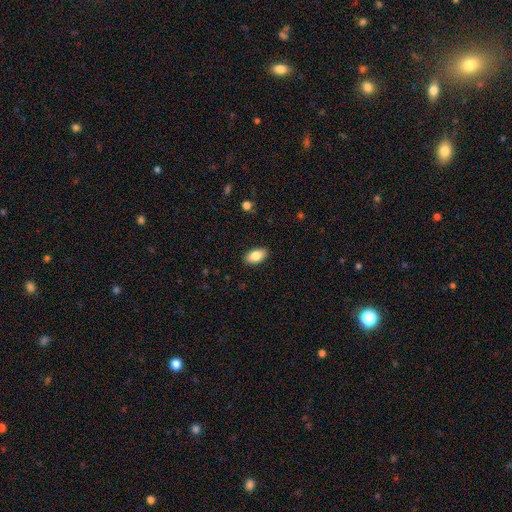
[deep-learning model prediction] Smooth or featured? smooth (84%)
How rounded? in between (93%)
Merging? none (90%)